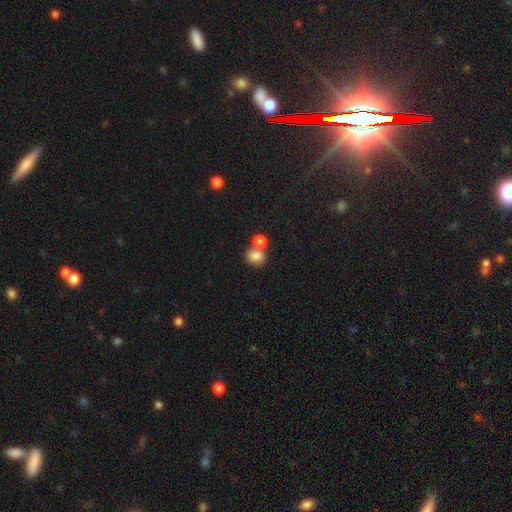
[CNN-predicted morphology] The model was most divided on "merging": none: 44%, merger: 42%, minor disturbance: 10%, major disturbance: 4%. More confident: smooth or featured — smooth (82%); how rounded — round (59%).